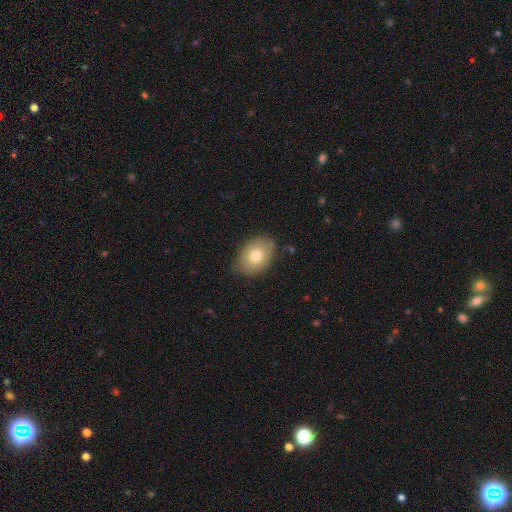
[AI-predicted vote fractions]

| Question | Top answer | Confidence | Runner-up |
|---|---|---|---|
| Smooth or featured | smooth | 76% | featured or disk (16%) |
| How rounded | in between | 76% | round (23%) |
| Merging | none | 78% | minor disturbance (18%) |